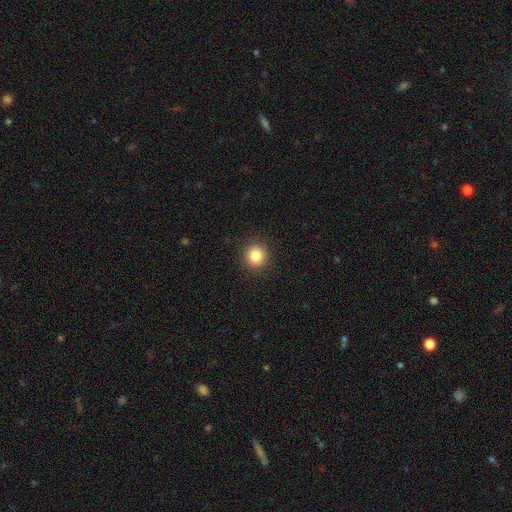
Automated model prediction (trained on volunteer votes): This is clearly a smooth galaxy (84%). How rounded: clearly round (93%). Merging: clearly none (92%).